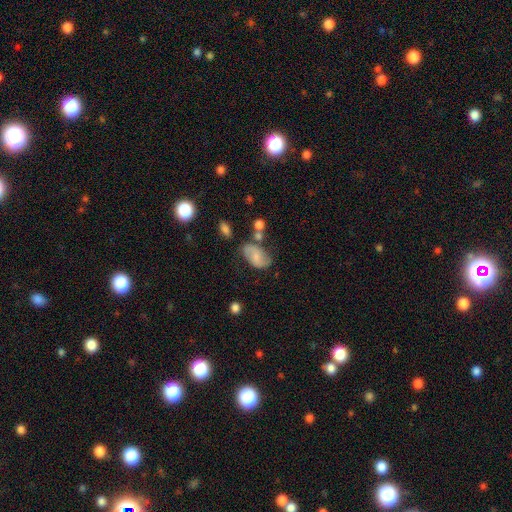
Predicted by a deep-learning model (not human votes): Q: Smooth or featured?
A: smooth (46%); tied with: featured or disk (46%)
Q: Merging?
A: none (56%); runner-up: minor disturbance (25%)